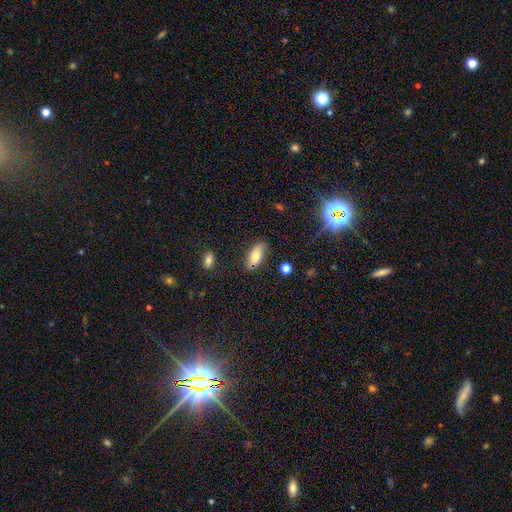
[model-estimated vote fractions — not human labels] This is likely a smooth galaxy (76%). How rounded: clearly in between (84%). Merging: likely none (79%).